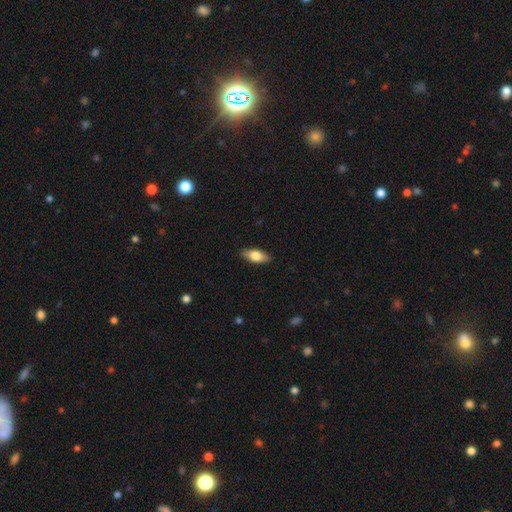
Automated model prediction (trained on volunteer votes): Smooth or featured?
  - smooth: 74% *
  - featured or disk: 20%
  - star or artifact: 6%
How rounded?
  - in between: 82% *
  - cigar-shaped: 15%
  - round: 3%
Merging?
  - none: 88% *
  - minor disturbance: 9%
  - major disturbance: 2%
  - merger: 1%